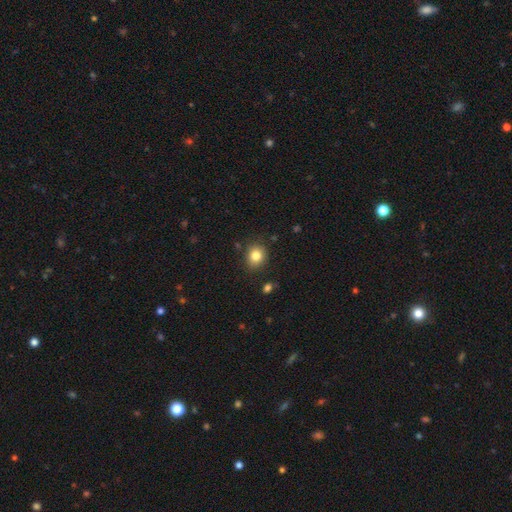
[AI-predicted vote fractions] A smooth galaxy with no disk features (83%) that is round (66%).

Vote fractions:
- Smooth or featured? smooth: 83% / star or artifact: 11% / featured or disk: 7%
- How rounded? round: 66% / in between: 33% / cigar-shaped: 1%
- Merging? none: 85% / minor disturbance: 10% / major disturbance: 3% / merger: 2%